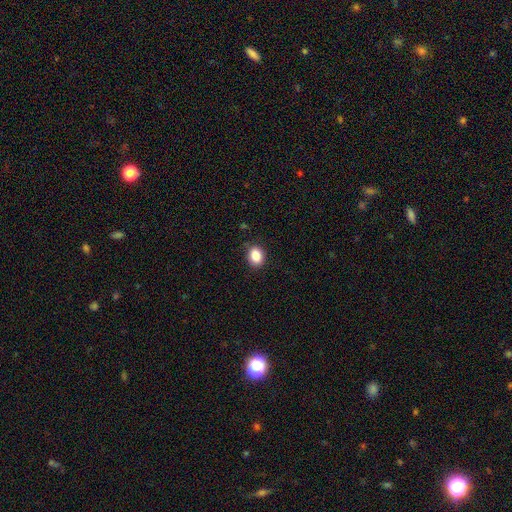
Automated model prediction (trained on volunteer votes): This is clearly a smooth galaxy (86%). How rounded: likely in between (60%). Merging: clearly none (86%).